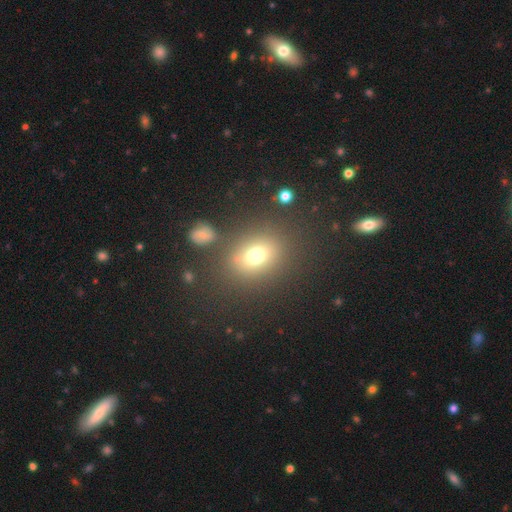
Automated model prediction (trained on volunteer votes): A smooth galaxy with no disk features (72%) that is round (53%).

Vote fractions:
- Smooth or featured? smooth: 72% / star or artifact: 16% / featured or disk: 12%
- How rounded? round: 53% / in between: 46% / cigar-shaped: 1%
- Merging? none: 78% / minor disturbance: 11% / merger: 6% / major disturbance: 6%